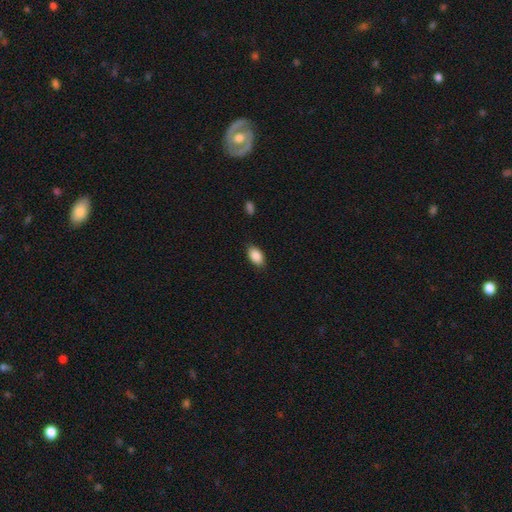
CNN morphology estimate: Smooth or featured? Predicted: smooth (p=0.88). How rounded? Predicted: in between (p=0.92). Merging? Predicted: none (p=0.85).